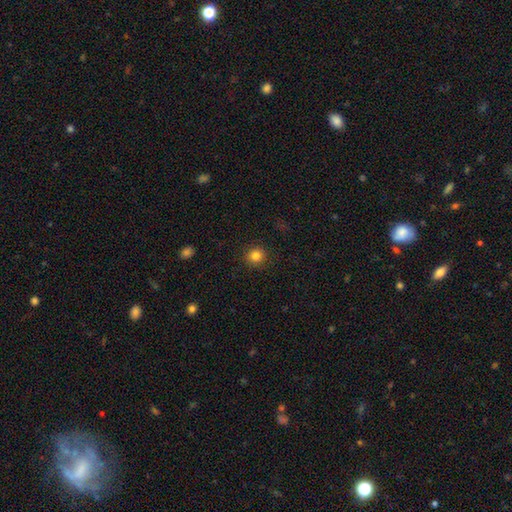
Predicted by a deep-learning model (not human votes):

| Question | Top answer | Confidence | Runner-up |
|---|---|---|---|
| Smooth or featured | smooth | 83% | star or artifact (12%) |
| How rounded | round | 92% | in between (7%) |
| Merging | none | 92% | minor disturbance (5%) |